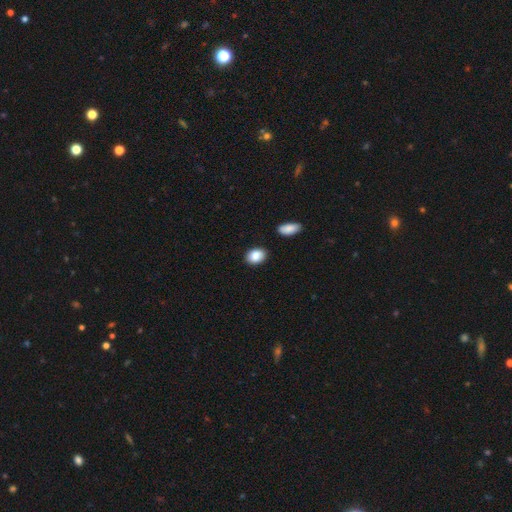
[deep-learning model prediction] Smooth or featured?
  - smooth: 89% *
  - star or artifact: 7%
  - featured or disk: 4%
How rounded?
  - in between: 73% *
  - round: 26%
  - cigar-shaped: 1%
Merging?
  - none: 85% *
  - minor disturbance: 10%
  - merger: 3%
  - major disturbance: 2%